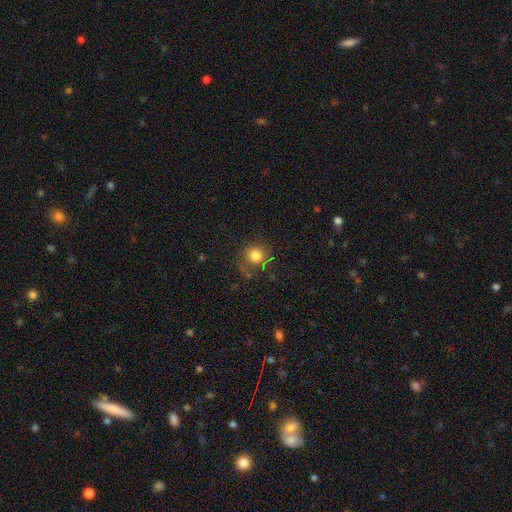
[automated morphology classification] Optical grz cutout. It shows a smooth galaxy with no disk features (81%) that is round (90%). Merging: none (75%).